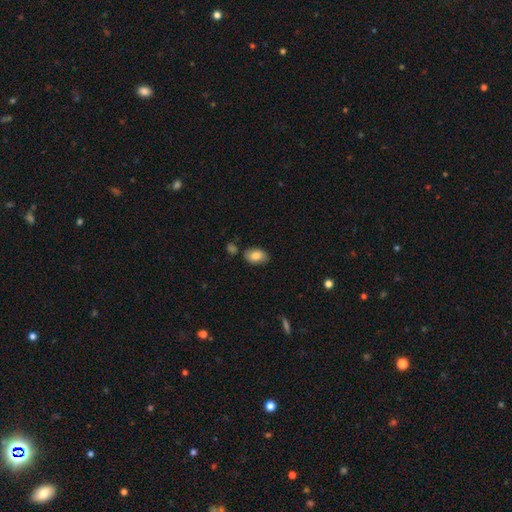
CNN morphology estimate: The model was most divided on "merging": none: 76%, minor disturbance: 16%, merger: 5%, major disturbance: 3%. More confident: how rounded — in between (89%); smooth or featured — smooth (81%).